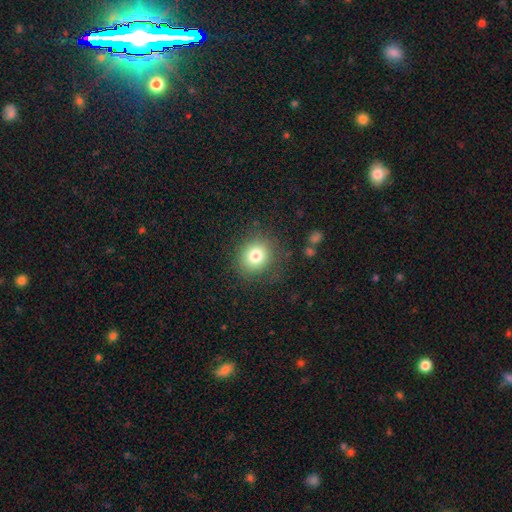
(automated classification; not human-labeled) Smooth or featured? Predicted: smooth (p=0.79). How rounded? Predicted: round (p=0.78). Merging? Predicted: none (p=0.83).